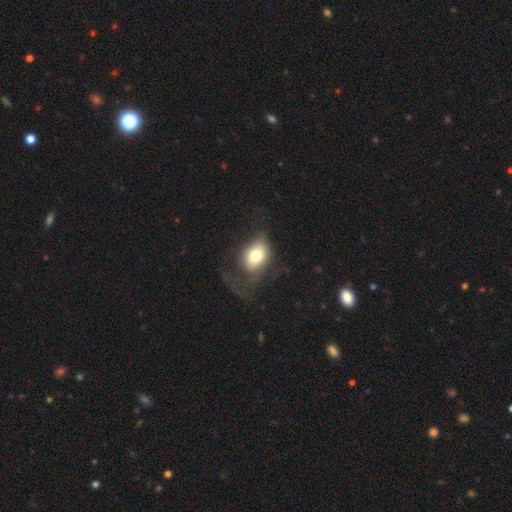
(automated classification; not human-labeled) smooth 68%, featured or disk 23%, star or artifact 9%. Down the decision tree: how rounded — in between (69%); merging — major disturbance (41%).